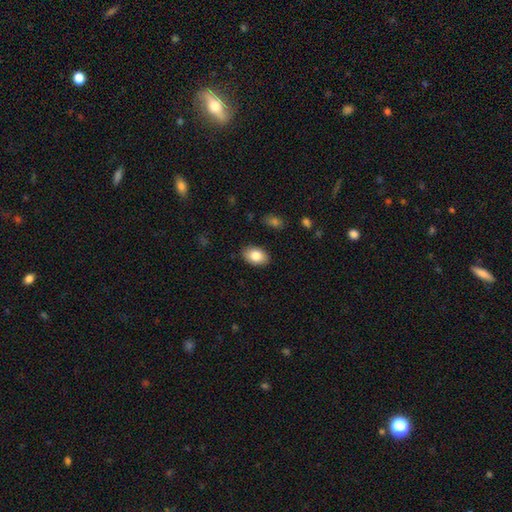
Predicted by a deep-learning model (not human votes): This is clearly a smooth galaxy (84%). How rounded: clearly in between (88%). Merging: clearly none (87%).